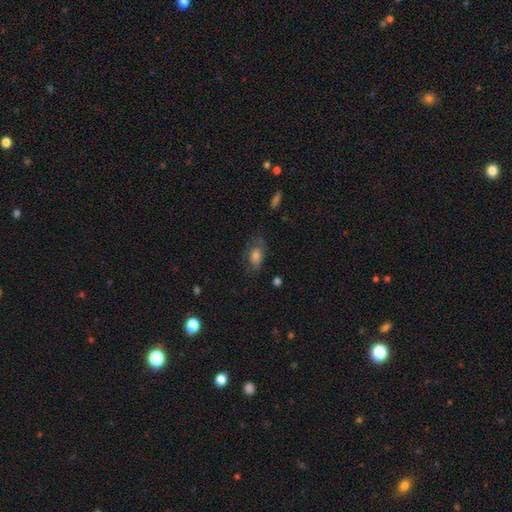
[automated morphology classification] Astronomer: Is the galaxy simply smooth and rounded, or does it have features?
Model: smooth — 59%.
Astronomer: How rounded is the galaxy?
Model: in between — 84%.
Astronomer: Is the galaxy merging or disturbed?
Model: none — 57%.